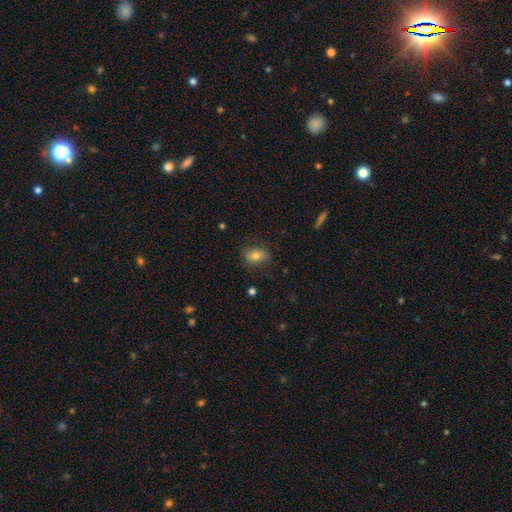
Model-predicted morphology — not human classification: Smooth or featured?
  - smooth: 77% *
  - featured or disk: 13%
  - star or artifact: 10%
How rounded?
  - in between: 68% *
  - round: 30%
  - cigar-shaped: 2%
Merging?
  - none: 81% *
  - minor disturbance: 14%
  - major disturbance: 3%
  - merger: 1%